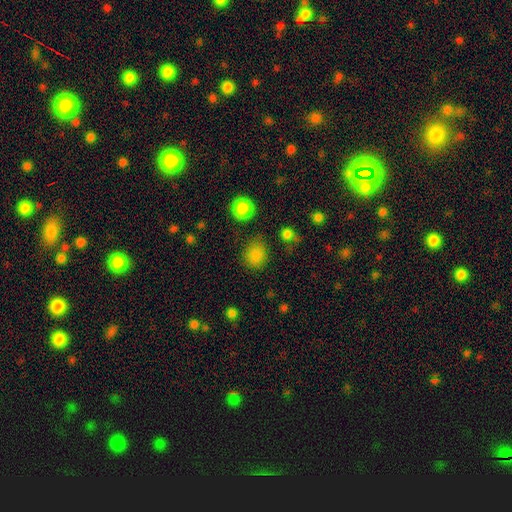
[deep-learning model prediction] Q: Smooth or featured?
A: smooth (83%); runner-up: star or artifact (13%)
Q: How rounded?
A: round (74%); runner-up: in between (25%)
Q: Merging?
A: none (80%); runner-up: minor disturbance (12%)